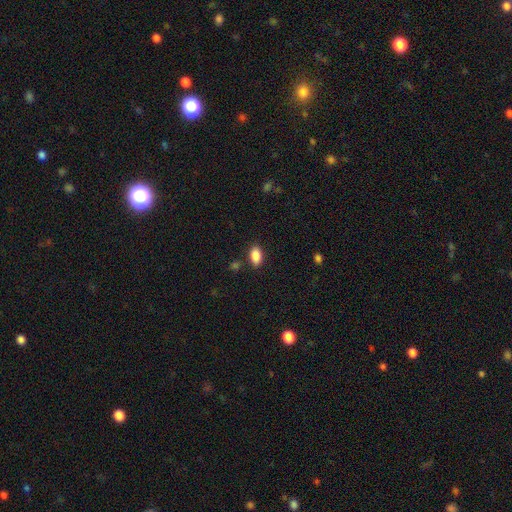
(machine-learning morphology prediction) The model was most divided on "merging": none: 85%, minor disturbance: 10%, major disturbance: 3%, merger: 2%. More confident: how rounded — in between (91%); smooth or featured — smooth (88%).